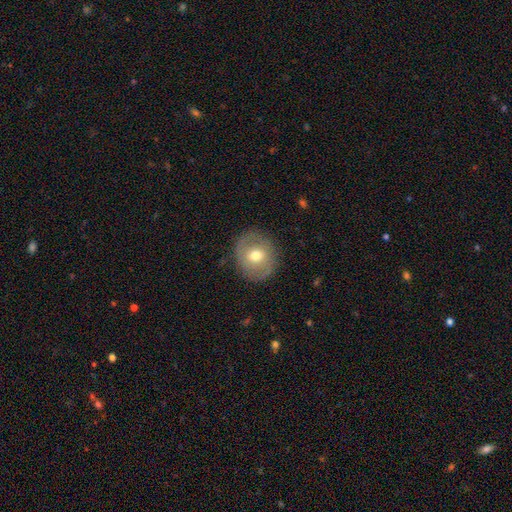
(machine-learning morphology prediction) Q: Smooth or featured?
A: smooth (52%); runner-up: featured or disk (41%)
Q: How rounded?
A: round (77%); runner-up: in between (22%)
Q: Merging?
A: none (83%); runner-up: minor disturbance (12%)